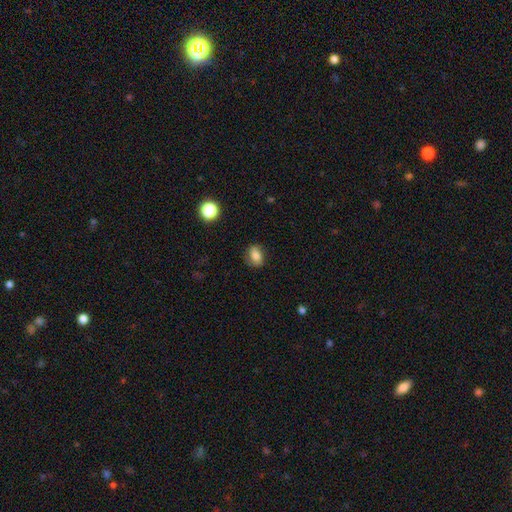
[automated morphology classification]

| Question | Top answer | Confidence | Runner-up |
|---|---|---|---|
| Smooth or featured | smooth | 77% | featured or disk (13%) |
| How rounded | in between | 70% | round (27%) |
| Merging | none | 79% | minor disturbance (16%) |